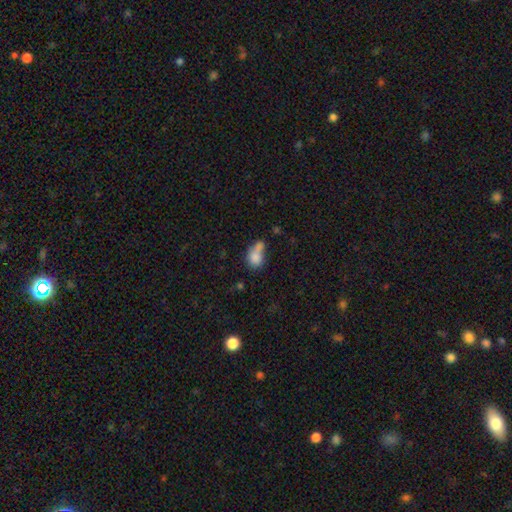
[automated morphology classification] smooth-or-featured: smooth: 77% | featured or disk: 13% | star or artifact: 10%
  how-rounded: in between: 63% | round: 34% | cigar-shaped: 3%
  merging: merger: 51% | none: 25% | minor disturbance: 14% | major disturbance: 10%